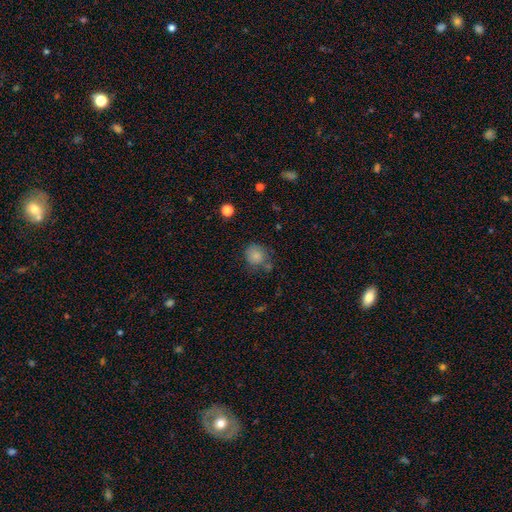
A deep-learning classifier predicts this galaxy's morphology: The model was most divided on "merging": none: 64%, minor disturbance: 19%, merger: 10%, major disturbance: 7%. More confident: smooth or featured — smooth (82%); how rounded — round (82%).